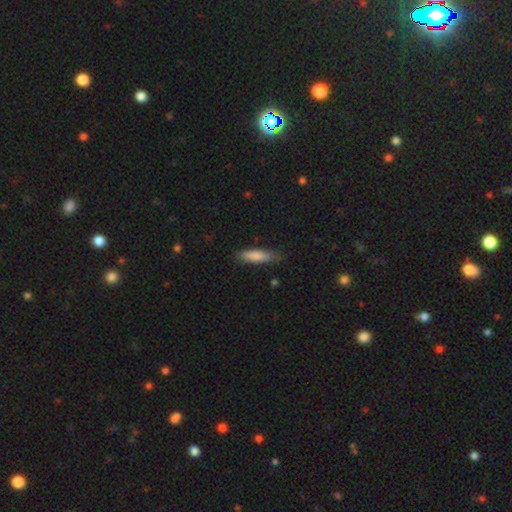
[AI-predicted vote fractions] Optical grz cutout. It shows a smooth galaxy with no disk features (83%) that is cigar-shaped (70%). Merging: none (79%).